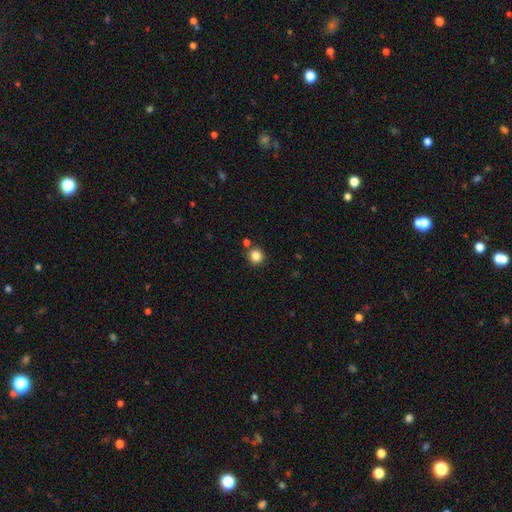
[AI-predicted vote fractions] Overall: smooth (84%). How rounded: round (92%). Merging: none (81%).